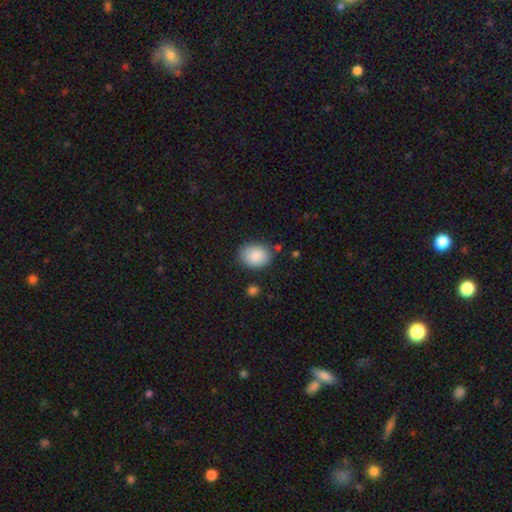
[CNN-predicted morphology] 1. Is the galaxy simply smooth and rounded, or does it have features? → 88% smooth, 7% star or artifact, 6% featured or disk.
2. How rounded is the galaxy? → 63% in between, 36% round, 1% cigar-shaped.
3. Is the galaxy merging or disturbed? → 78% none, 15% minor disturbance, 4% merger, 4% major disturbance.